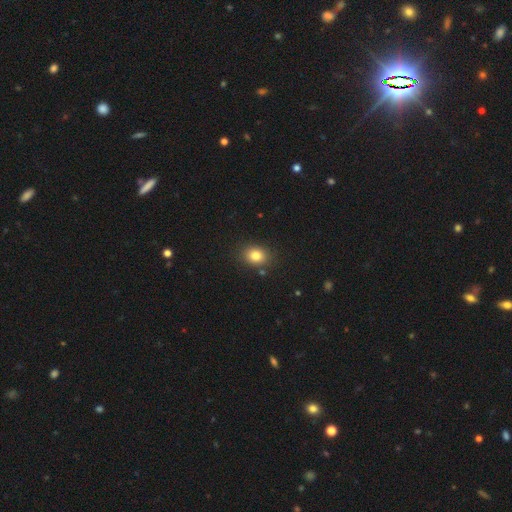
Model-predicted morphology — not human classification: Smooth or featured: smooth — 81% (star or artifact — 11%)
How rounded: round — 52% (in between — 47%)
Merging: none — 85% (minor disturbance — 10%)